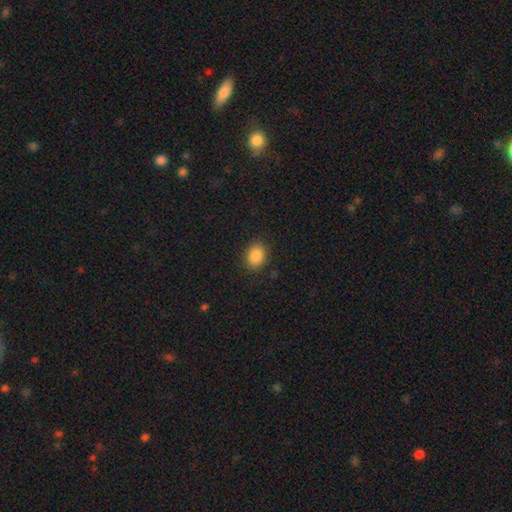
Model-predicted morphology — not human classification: This is clearly a smooth galaxy (87%). How rounded: possibly in between (56%). Merging: clearly none (87%).